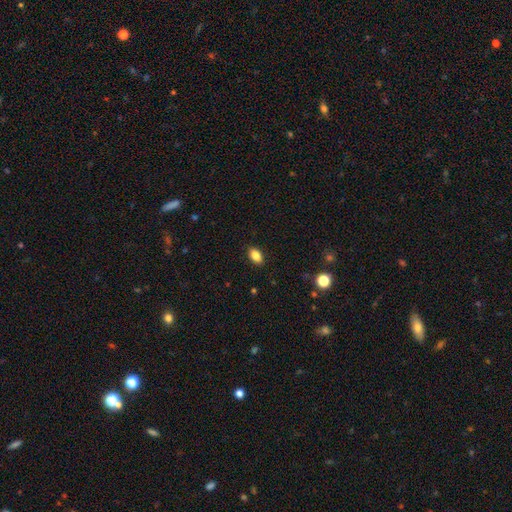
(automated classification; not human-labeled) Smooth or featured: smooth — 85% (star or artifact — 9%)
How rounded: in between — 89% (round — 9%)
Merging: none — 89% (minor disturbance — 8%)